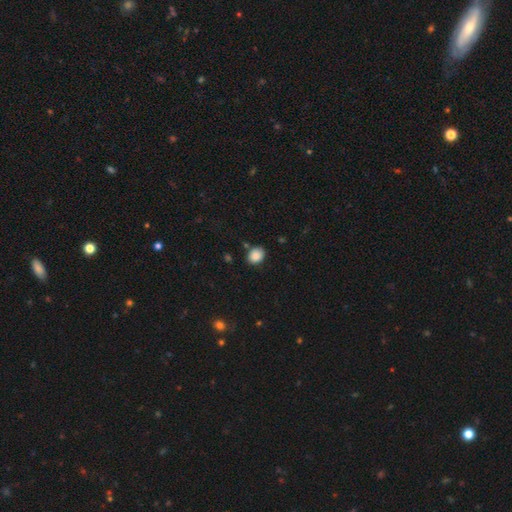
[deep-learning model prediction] A smooth galaxy with no disk features (87%) that is in between round and cigar-shaped (54%).

Vote fractions:
- Smooth or featured? smooth: 87% / star or artifact: 9% / featured or disk: 5%
- How rounded? in between: 54% / round: 45% / cigar-shaped: 1%
- Merging? none: 79% / minor disturbance: 13% / merger: 5% / major disturbance: 3%